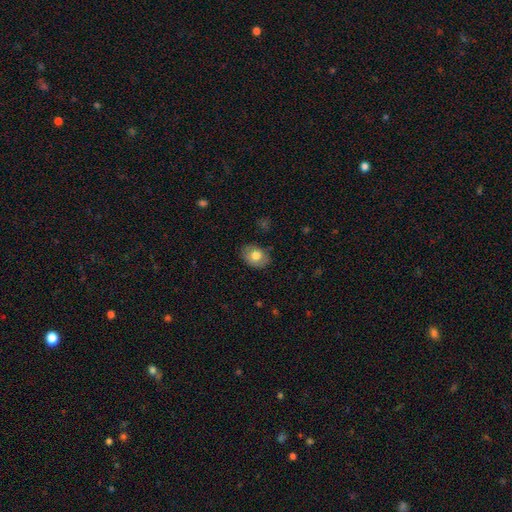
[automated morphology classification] Overall: smooth (77%). How rounded: in between (71%). Merging: none (82%).